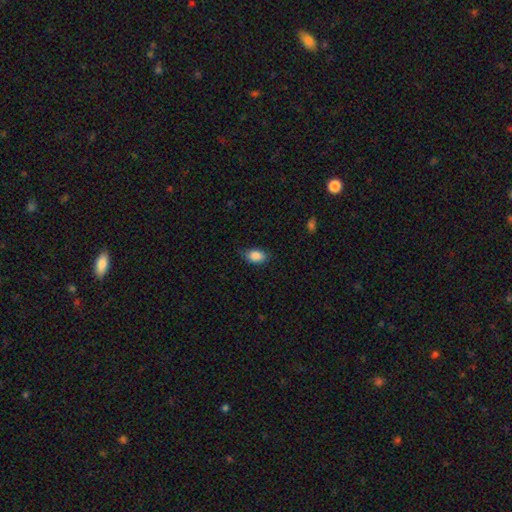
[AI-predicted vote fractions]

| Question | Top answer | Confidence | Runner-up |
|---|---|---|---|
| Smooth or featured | smooth | 88% | star or artifact (8%) |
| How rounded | in between | 88% | round (10%) |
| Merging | none | 75% | minor disturbance (20%) |